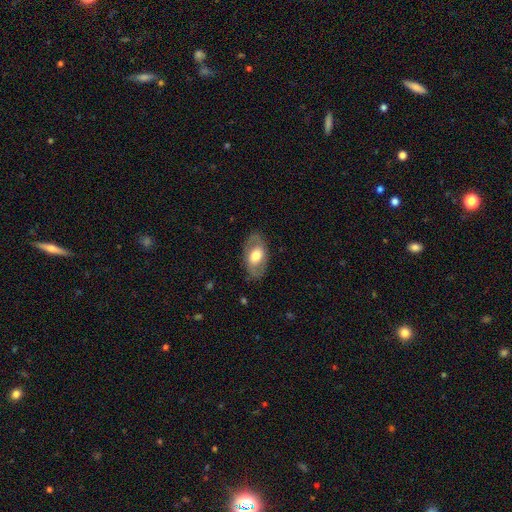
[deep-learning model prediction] Smooth or featured: featured or disk — 50% (smooth — 44%)
Merging: none — 82% (minor disturbance — 12%)